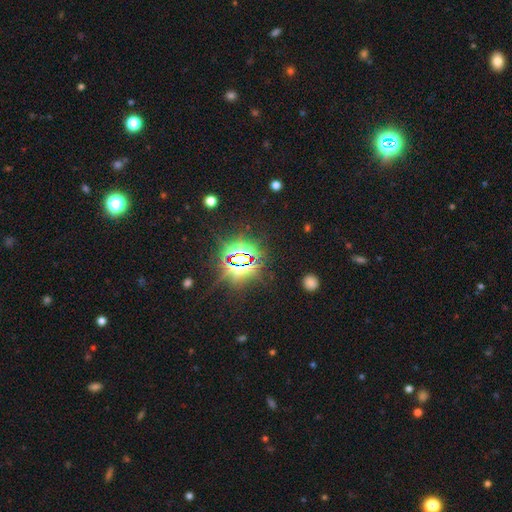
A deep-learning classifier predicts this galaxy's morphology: type=star or artifact (83%).